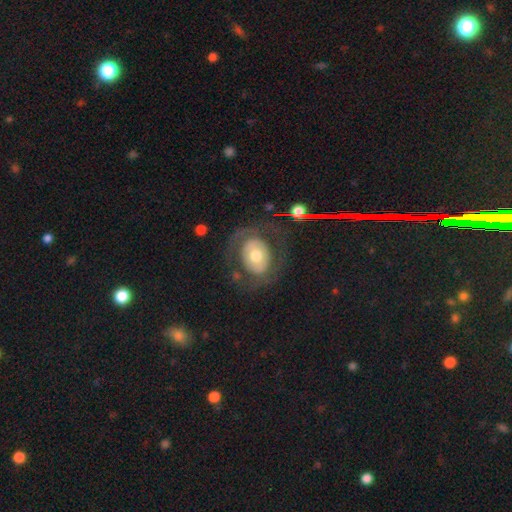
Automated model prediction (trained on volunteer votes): This appears to be a featured or disk galaxy (49%). Merging: none (68%).